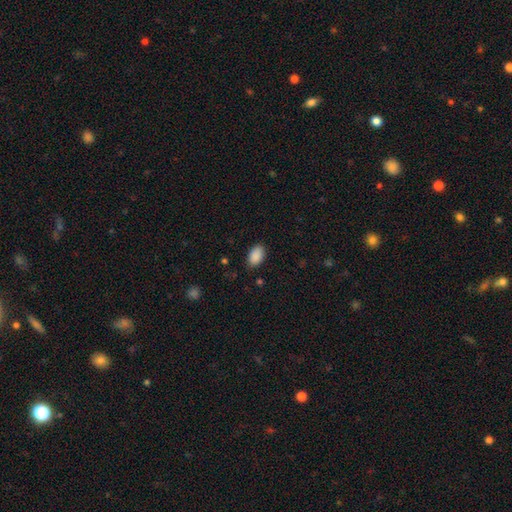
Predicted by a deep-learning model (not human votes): Smooth or featured? smooth (90%)
How rounded? in between (92%)
Merging? none (85%)